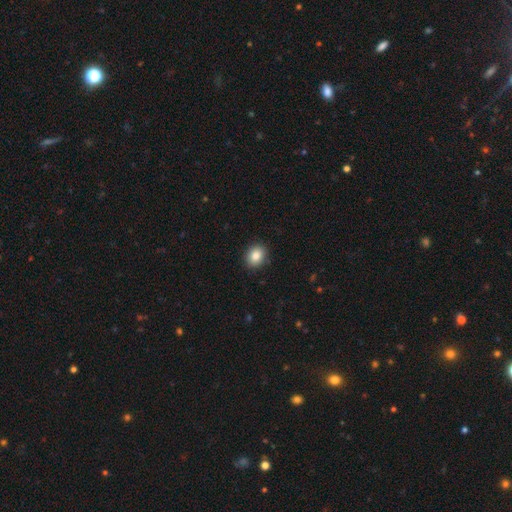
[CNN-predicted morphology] A smooth galaxy with no disk features (85%) that is round (54%). Merging: none (90%).